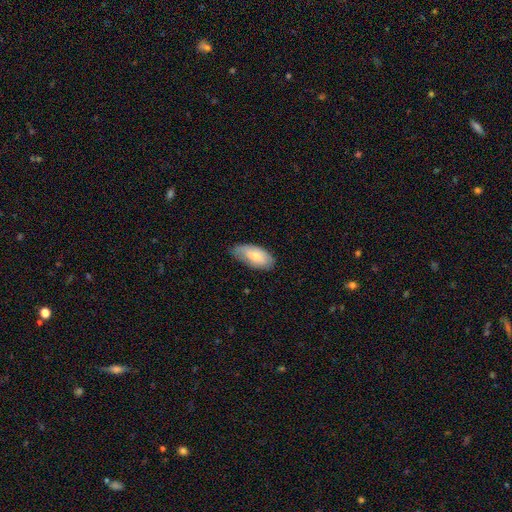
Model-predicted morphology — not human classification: Q: Smooth or featured?
A: smooth (77%); runner-up: featured or disk (18%)
Q: How rounded?
A: in between (93%); runner-up: cigar-shaped (5%)
Q: Merging?
A: none (61%); runner-up: minor disturbance (32%)